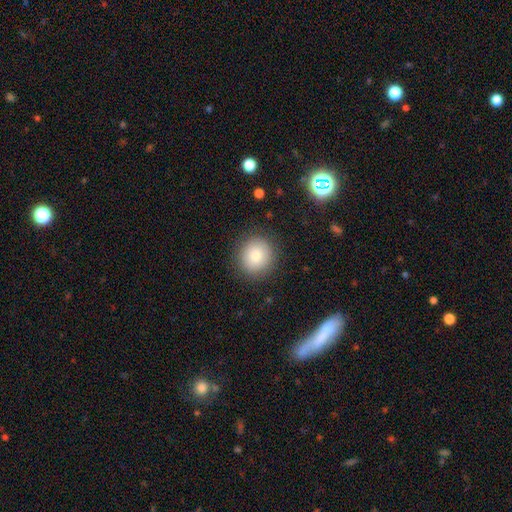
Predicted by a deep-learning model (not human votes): This is clearly a smooth galaxy (81%). How rounded: clearly round (90%). Merging: clearly none (88%).